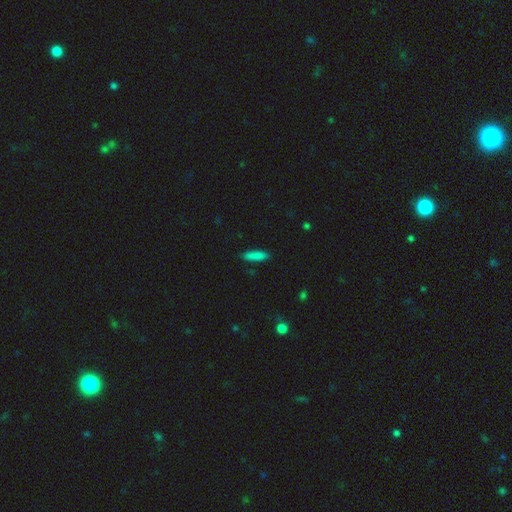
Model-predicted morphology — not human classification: Smooth or featured?
  - smooth: 86% *
  - star or artifact: 7%
  - featured or disk: 7%
How rounded?
  - cigar-shaped: 73% *
  - in between: 25%
  - round: 2%
Merging?
  - none: 88% *
  - minor disturbance: 9%
  - major disturbance: 2%
  - merger: 1%